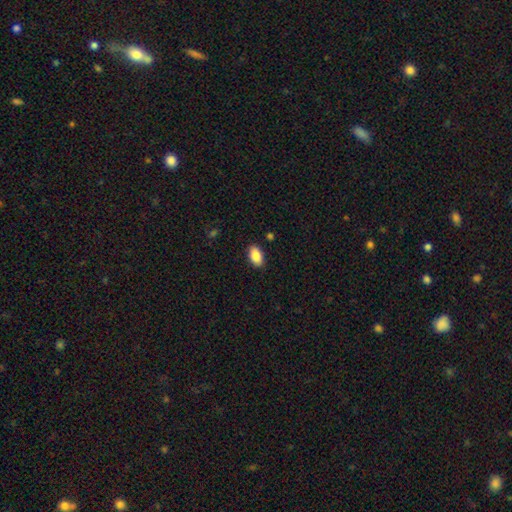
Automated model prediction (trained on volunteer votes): Smooth or featured: smooth — 87% (star or artifact — 7%)
How rounded: in between — 93% (round — 5%)
Merging: none — 88% (minor disturbance — 9%)